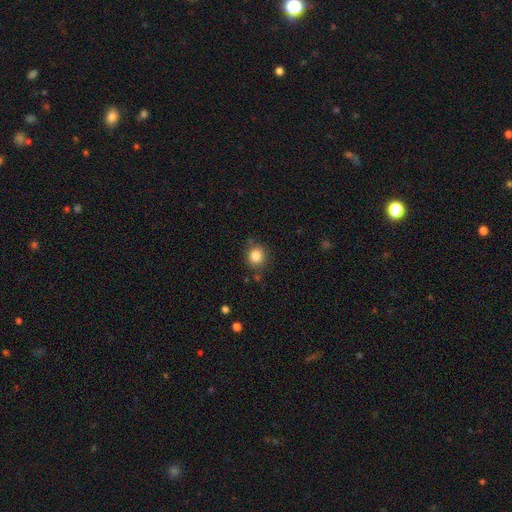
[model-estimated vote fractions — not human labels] The model was most divided on "merging": none: 80%, minor disturbance: 13%, merger: 4%, major disturbance: 3%. More confident: smooth or featured — smooth (84%); how rounded — round (84%).